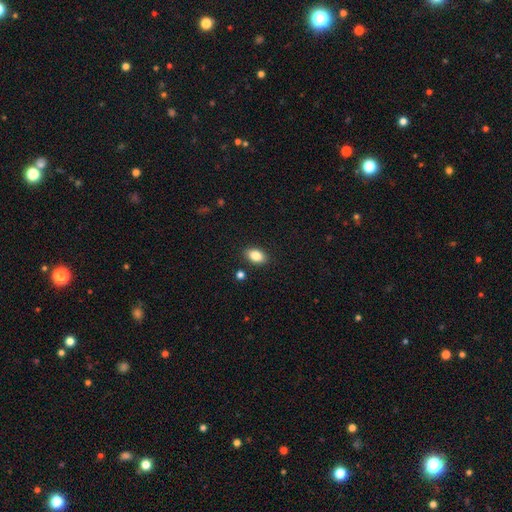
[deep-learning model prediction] Smooth or featured? smooth (85%)
How rounded? in between (89%)
Merging? none (88%)